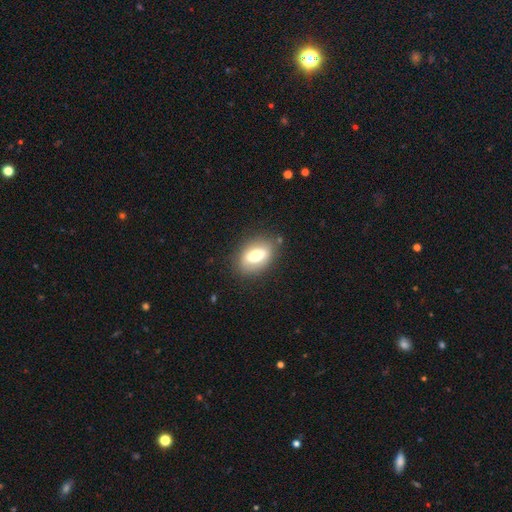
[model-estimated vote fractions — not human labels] This is likely a smooth galaxy (63%). How rounded: clearly in between (84%). Merging: likely none (79%).